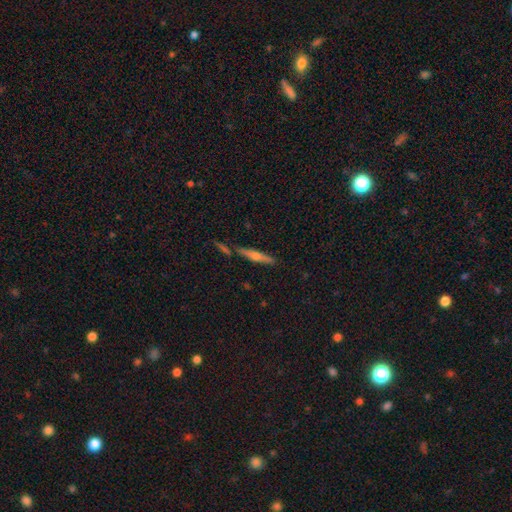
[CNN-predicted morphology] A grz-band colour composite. It shows a featured or disk galaxy (62%) viewed edge-on (95%) with a rounded central bulge (78%). Merging: none (77%).